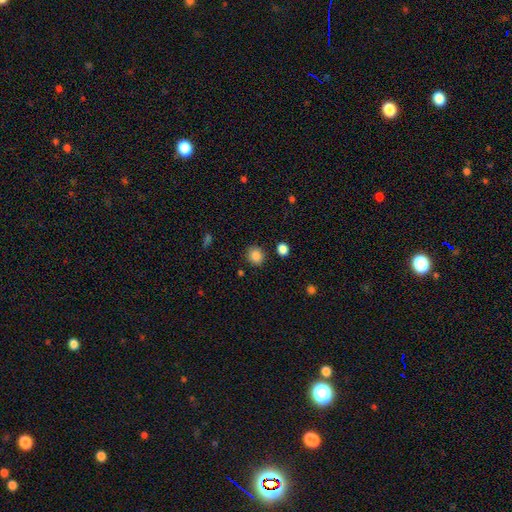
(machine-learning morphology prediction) A smooth galaxy with no disk features (86%) that is round (86%). Merging: none (87%).